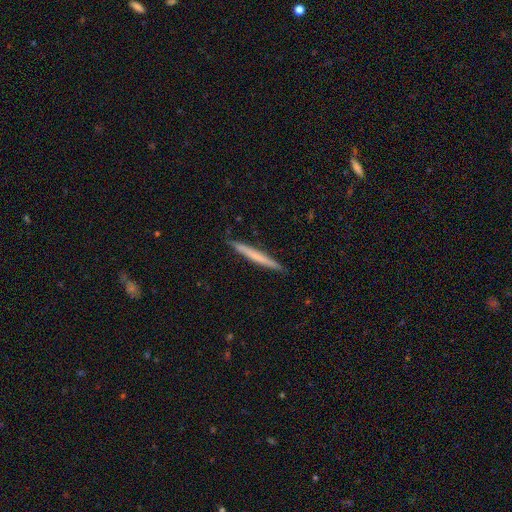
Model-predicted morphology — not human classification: smooth-or-featured: smooth: 57% | featured or disk: 37% | star or artifact: 6%
  how-rounded: cigar-shaped: 97% | in between: 2% | round: 1%
  merging: none: 90% | minor disturbance: 7% | major disturbance: 1% | merger: 1%